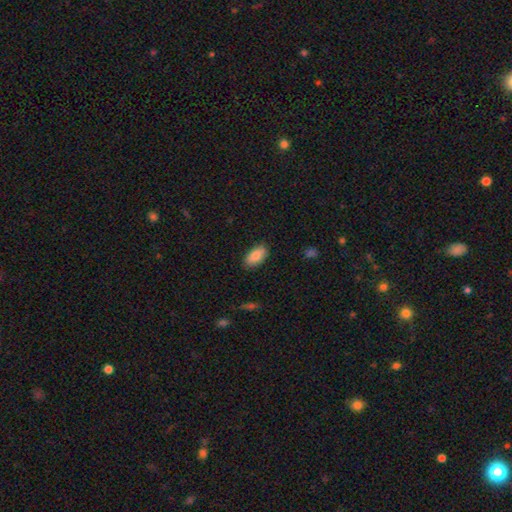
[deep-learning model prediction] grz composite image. It shows a smooth galaxy with no disk features (86%) that is in between round and cigar-shaped (92%). Merging: none (84%).